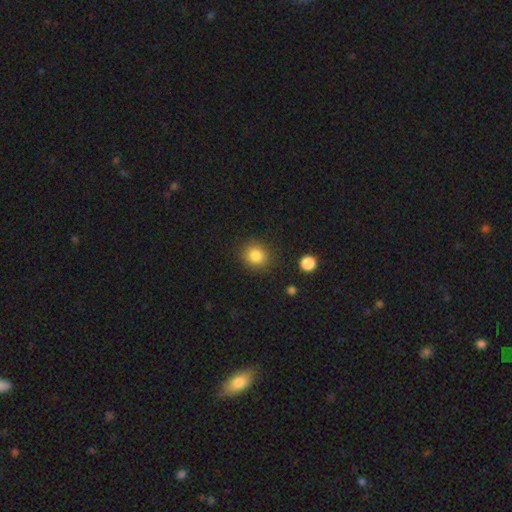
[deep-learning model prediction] Overall: smooth (84%). How rounded: round (79%). Merging: none (87%).